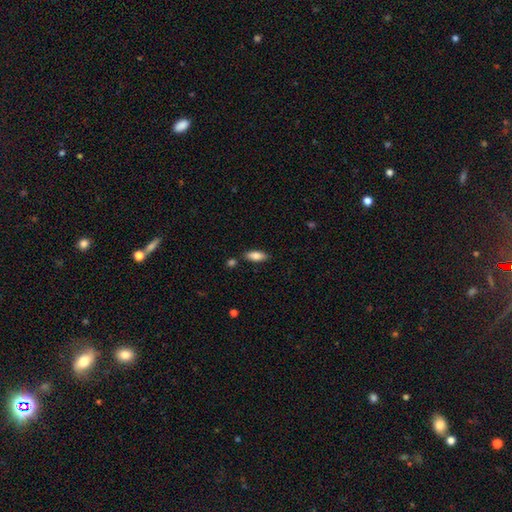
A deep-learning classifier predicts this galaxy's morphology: The model was most divided on "how rounded": in between: 77%, cigar-shaped: 21%, round: 2%. More confident: smooth or featured — smooth (83%); merging — none (83%).